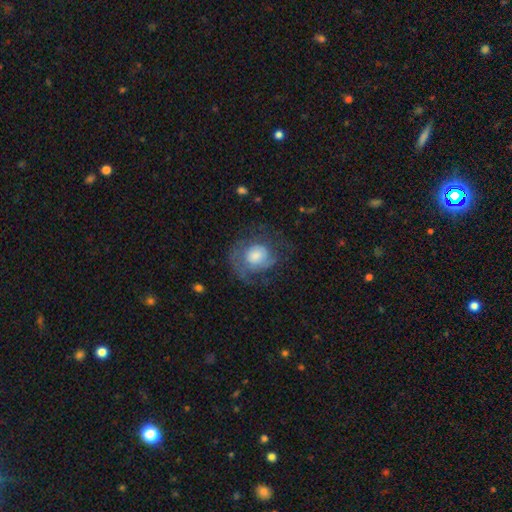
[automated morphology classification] Q: Smooth or featured?
A: featured or disk (58%); runner-up: smooth (34%)
Q: Edge-on disk?
A: no (97%); runner-up: yes (3%)
Q: Bar?
A: no (76%); runner-up: weak (21%)
Q: Spiral arms?
A: yes (80%); runner-up: no (20%)
Q: Bulge size?
A: moderate (41%); runner-up: large (34%)
Q: Merging?
A: none (55%); runner-up: major disturbance (23%)